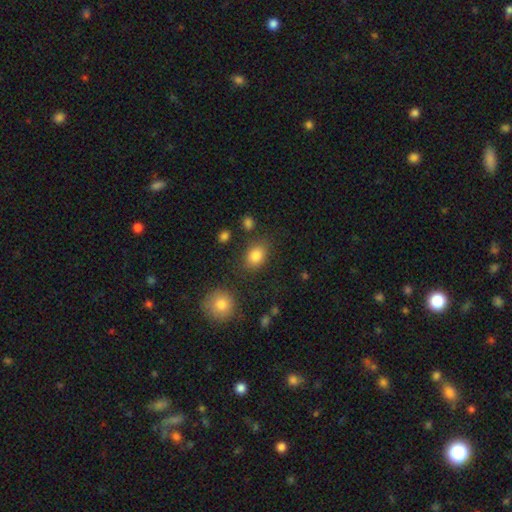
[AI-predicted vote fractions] Smooth or featured? Predicted: smooth (p=0.84). How rounded? Predicted: in between (p=0.68). Merging? Predicted: none (p=0.77).